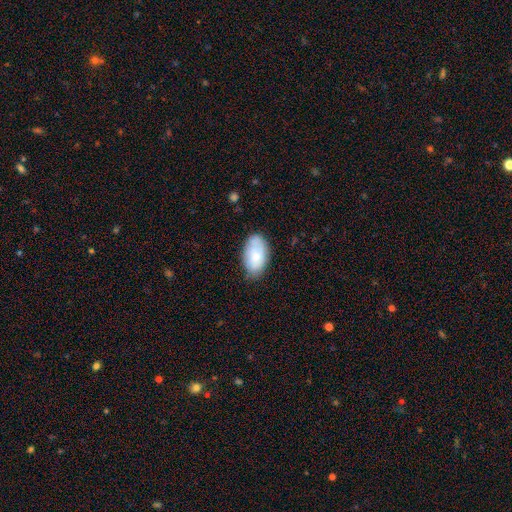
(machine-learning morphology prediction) Smooth or featured?
  - smooth: 72% *
  - featured or disk: 21%
  - star or artifact: 7%
How rounded?
  - in between: 94% *
  - round: 4%
  - cigar-shaped: 2%
Merging?
  - none: 72% *
  - minor disturbance: 22%
  - major disturbance: 4%
  - merger: 2%